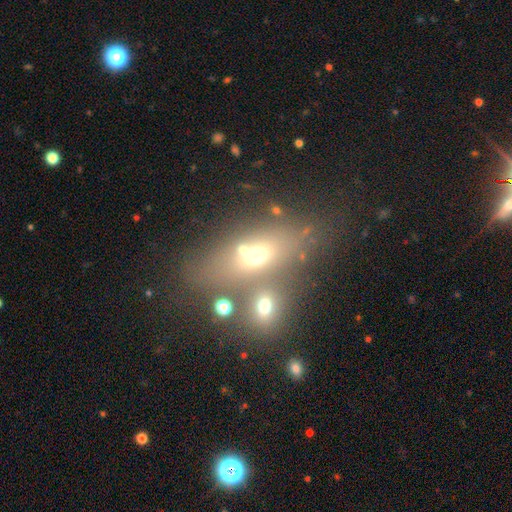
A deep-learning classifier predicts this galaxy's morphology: smooth_or_featured: smooth (p=0.57) [alt: featured or disk p=0.25]
how_rounded: in between (p=0.69) [alt: round p=0.19]
merging: merger (p=0.49) [alt: none p=0.34]